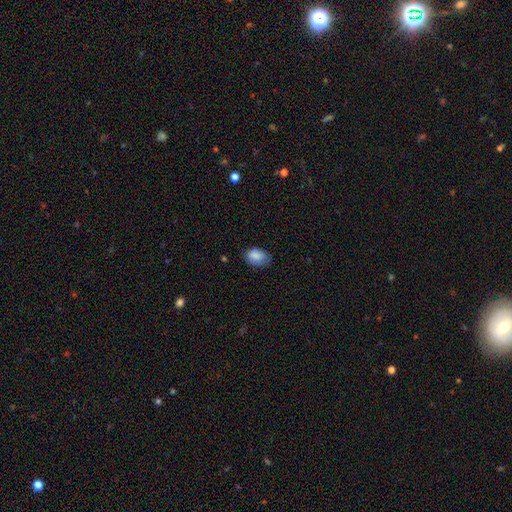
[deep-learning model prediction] Smooth or featured? smooth (86%)
How rounded? in between (82%)
Merging? none (66%)